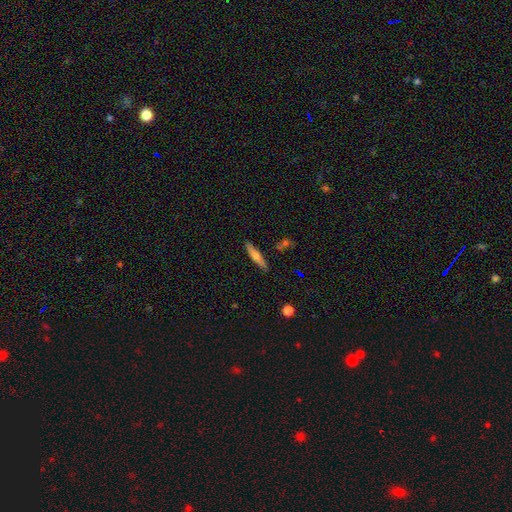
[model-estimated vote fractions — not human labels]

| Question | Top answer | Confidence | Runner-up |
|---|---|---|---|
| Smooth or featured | smooth | 54% | featured or disk (39%) |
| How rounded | cigar-shaped | 88% | in between (11%) |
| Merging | none | 87% | minor disturbance (9%) |